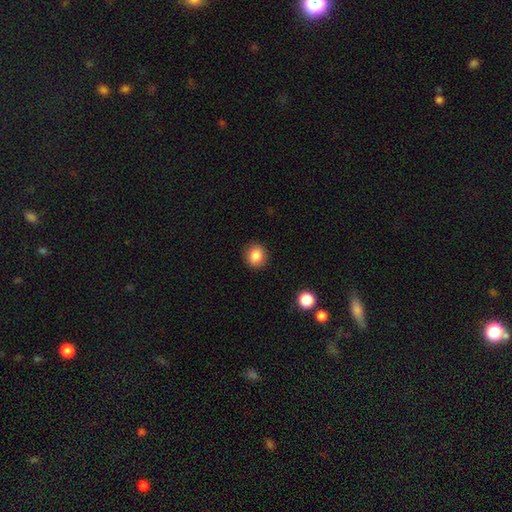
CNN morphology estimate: smooth_or_featured: smooth (p=0.85) [alt: star or artifact p=0.10]
how_rounded: round (p=0.82) [alt: in between p=0.17]
merging: none (p=0.90) [alt: minor disturbance p=0.07]